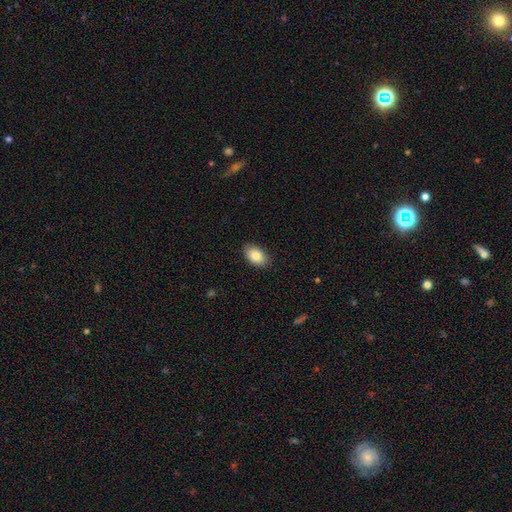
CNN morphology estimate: smooth 83%, featured or disk 9%, star or artifact 7%. Down the decision tree: how rounded — in between (90%); merging — none (86%).